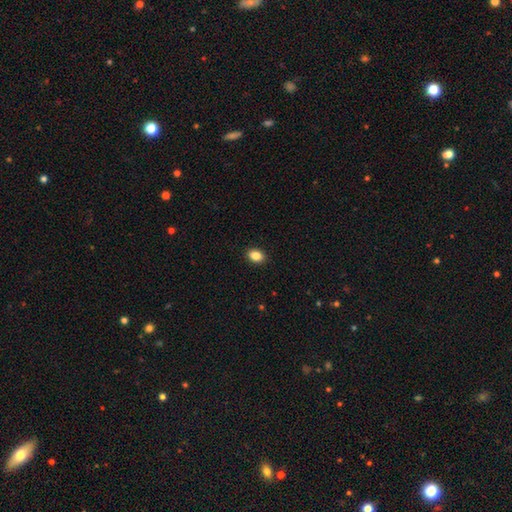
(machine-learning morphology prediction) Smooth or featured? Predicted: smooth (p=0.86). How rounded? Predicted: in between (p=0.77). Merging? Predicted: none (p=0.91).